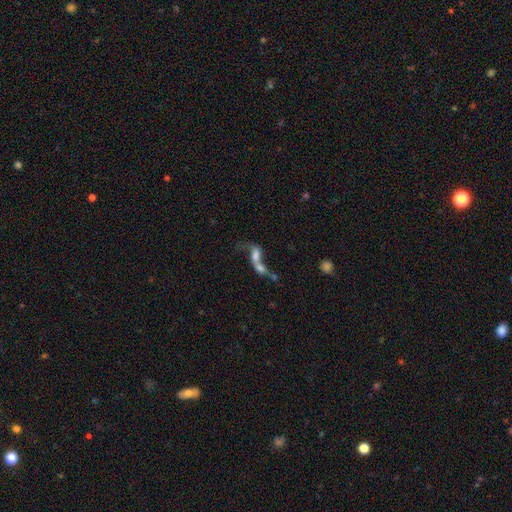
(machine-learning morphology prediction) smooth-or-featured: smooth: 47% | featured or disk: 39% | star or artifact: 14%
  merging: merger: 75% | major disturbance: 11% | none: 9% | minor disturbance: 4%